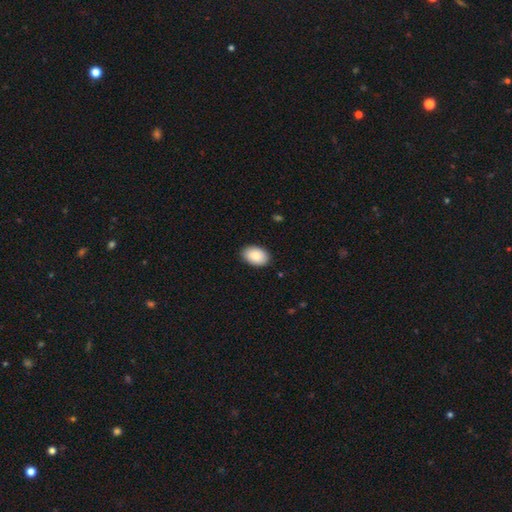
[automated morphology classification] Overall: smooth (90%). How rounded: in between (89%). Merging: none (88%).